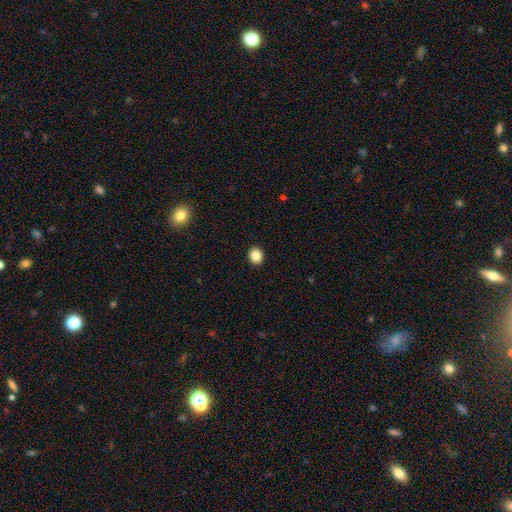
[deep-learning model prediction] Overall: smooth (86%). How rounded: round (56%; in between 43%). Merging: none (92%).